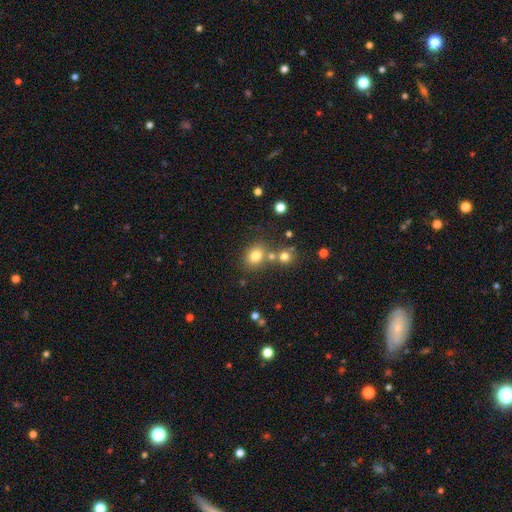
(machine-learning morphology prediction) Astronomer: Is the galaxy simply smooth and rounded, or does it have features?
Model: smooth — 79%.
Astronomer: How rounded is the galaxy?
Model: round — 56% (runner-up: in between, 43%).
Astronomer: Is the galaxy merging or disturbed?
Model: none — 63%.